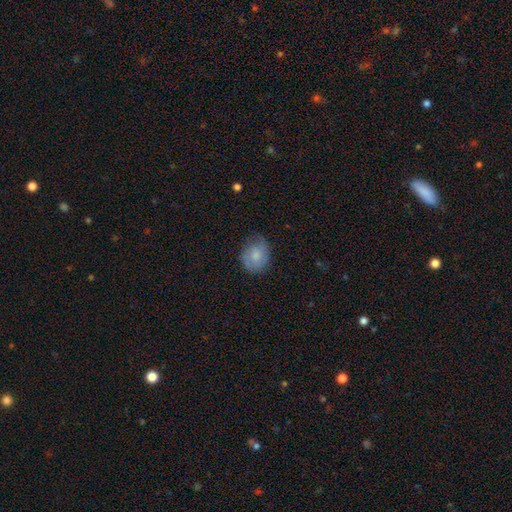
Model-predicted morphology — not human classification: This appears to be a smooth galaxy with no disk features (73%) that is round (68%). Merging: none (60%).